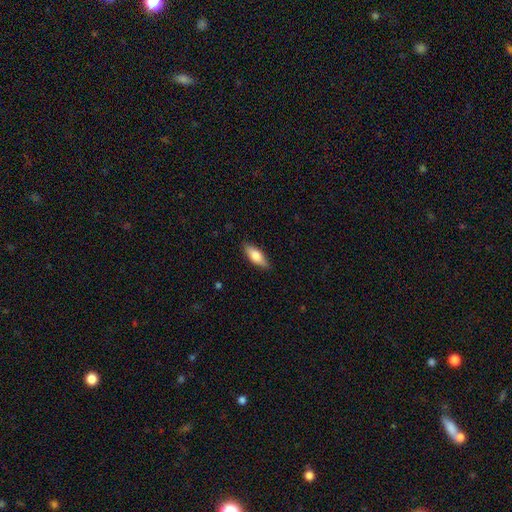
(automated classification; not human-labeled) This is likely a smooth galaxy (72%). How rounded: likely in between (69%). Merging: clearly none (87%).